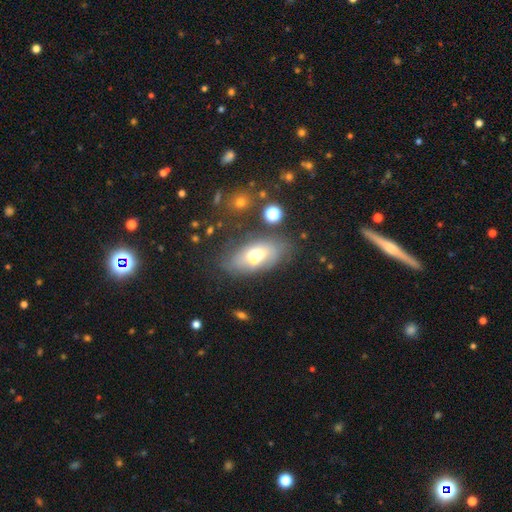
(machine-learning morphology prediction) type=smooth (54%); roundness=in between (87%); merging=none (52%).